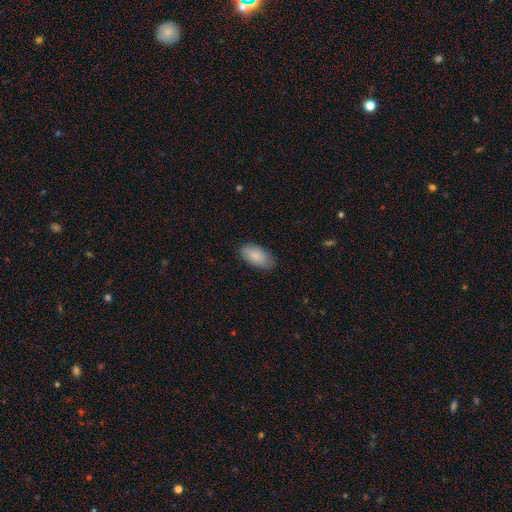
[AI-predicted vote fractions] Smooth or featured? Predicted: smooth (p=0.85). How rounded? Predicted: in between (p=0.93). Merging? Predicted: none (p=0.82).